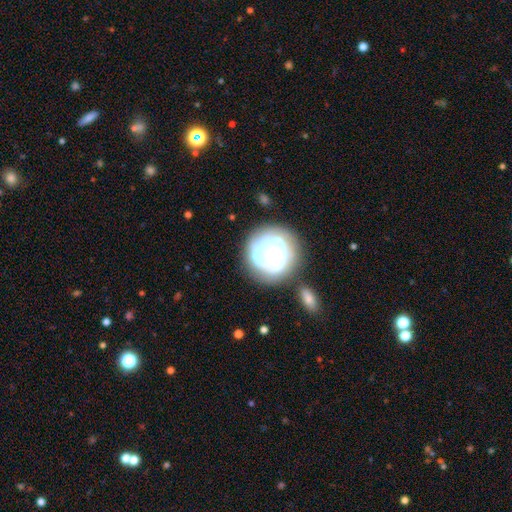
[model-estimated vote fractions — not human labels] Smooth or featured?
  - featured or disk: 71% *
  - smooth: 22%
  - star or artifact: 7%
Edge-on disk?
  - no: 98% *
  - yes: 2%
Bar?
  - no: 77% *
  - weak: 17%
  - strong: 5%
Spiral arms?
  - yes: 58% *
  - no: 42%
Bulge size?
  - small: 41% *
  - moderate: 37%
  - none: 12%
  - large: 7%
  - dominant: 2%
Merging?
  - none: 57% *
  - minor disturbance: 19%
  - major disturbance: 14%
  - merger: 9%